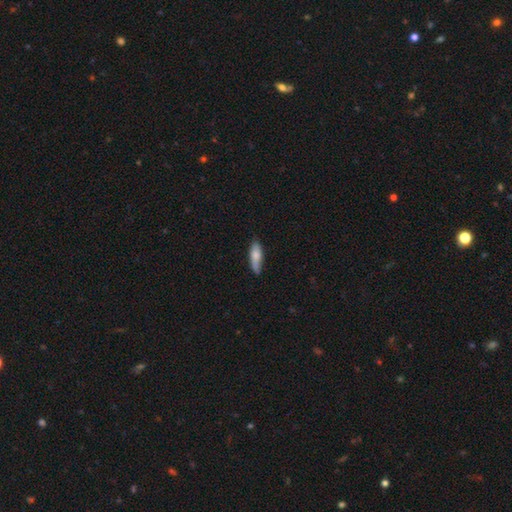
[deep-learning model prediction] This is likely a smooth galaxy (76%). How rounded: possibly in between (52%). Merging: likely none (70%).